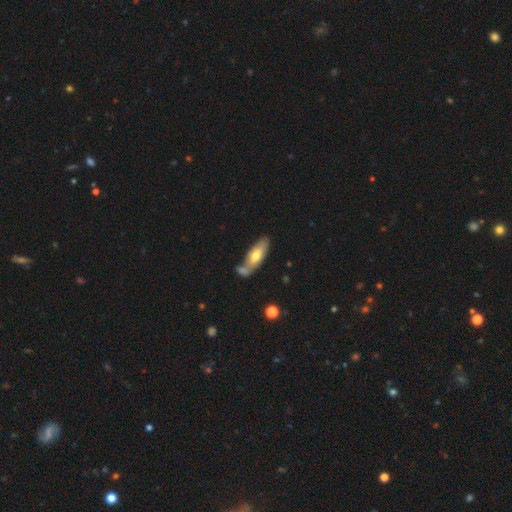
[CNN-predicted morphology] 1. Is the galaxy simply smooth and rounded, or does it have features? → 59% smooth, 35% featured or disk, 6% star or artifact.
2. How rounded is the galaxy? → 64% in between, 33% cigar-shaped, 2% round.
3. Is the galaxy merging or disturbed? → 48% none, 29% merger, 18% minor disturbance, 6% major disturbance.